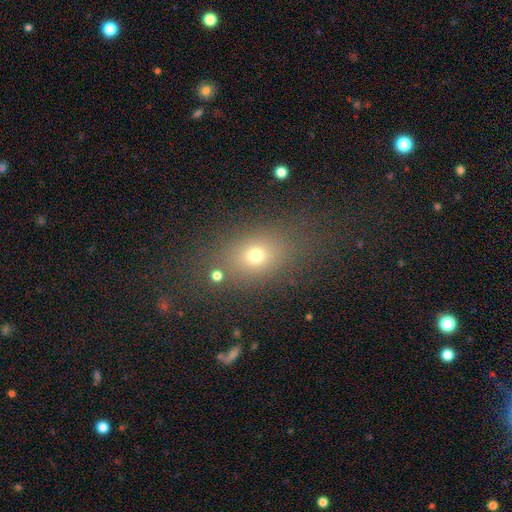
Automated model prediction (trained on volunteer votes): A smooth galaxy with no disk features (68%) that is in between round and cigar-shaped (62%).

Vote fractions:
- Smooth or featured? smooth: 68% / star or artifact: 19% / featured or disk: 13%
- How rounded? in between: 62% / round: 35% / cigar-shaped: 3%
- Merging? none: 75% / minor disturbance: 12% / major disturbance: 8% / merger: 5%